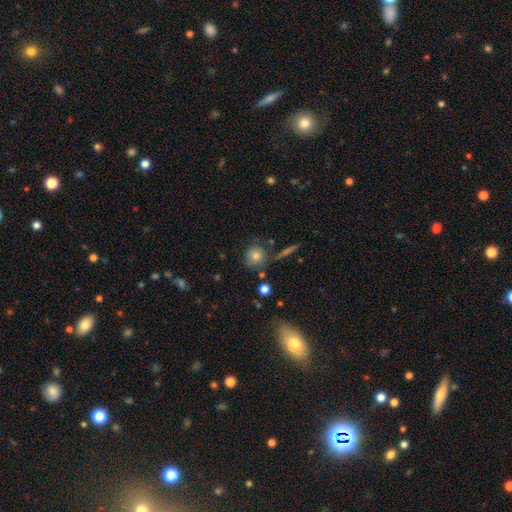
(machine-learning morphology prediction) The model was most divided on "merging": none: 69%, minor disturbance: 17%, merger: 9%, major disturbance: 5%. More confident: how rounded — round (87%); smooth or featured — smooth (78%).